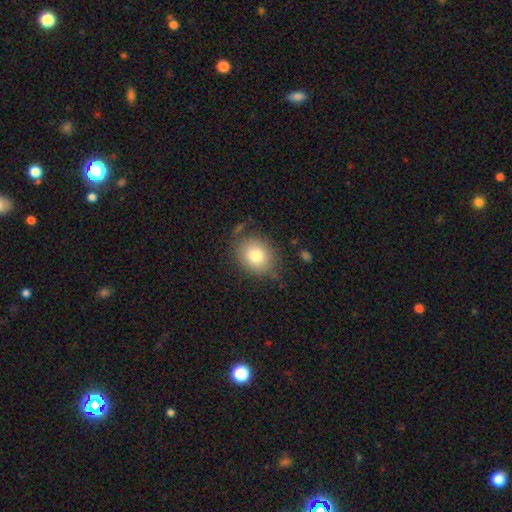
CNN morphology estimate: type=smooth (80%); roundness=round (59%); merging=none (77%).